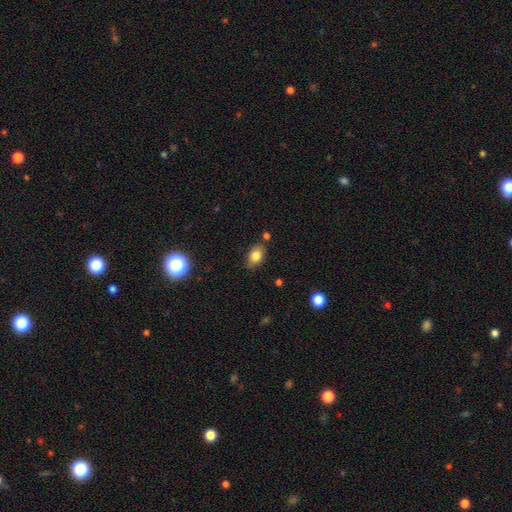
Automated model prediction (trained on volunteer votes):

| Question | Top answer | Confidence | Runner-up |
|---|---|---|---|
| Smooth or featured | smooth | 80% | featured or disk (10%) |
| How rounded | in between | 82% | round (16%) |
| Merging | none | 77% | minor disturbance (16%) |